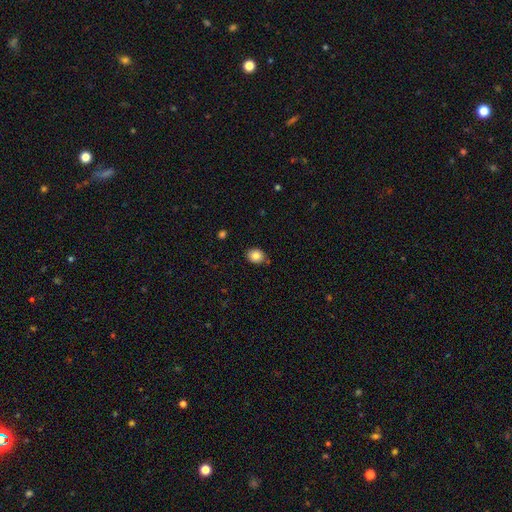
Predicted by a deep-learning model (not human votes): This is clearly a smooth galaxy (84%). How rounded: possibly round (56%). Merging: clearly none (82%).